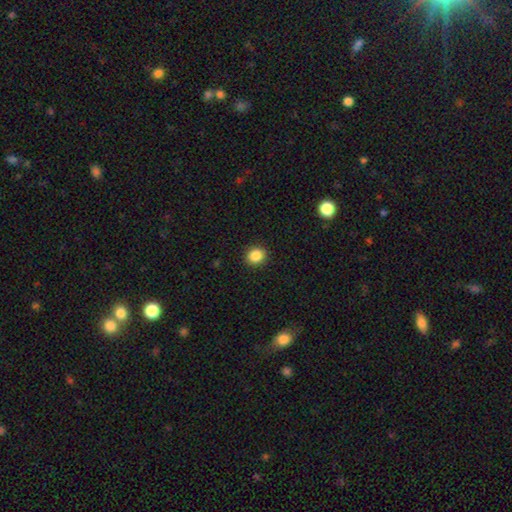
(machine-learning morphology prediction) The model was most divided on "how rounded": round: 78%, in between: 21%, cigar-shaped: 1%. More confident: merging — none (91%); smooth or featured — smooth (87%).